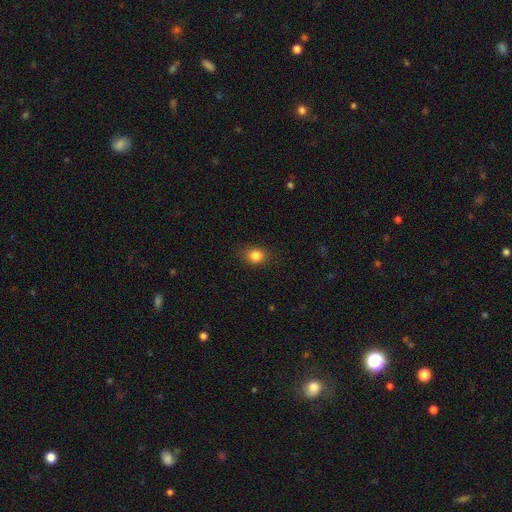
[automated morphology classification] Smooth or featured? Predicted: smooth (p=0.84). How rounded? Predicted: round (p=0.56). Merging? Predicted: none (p=0.85).